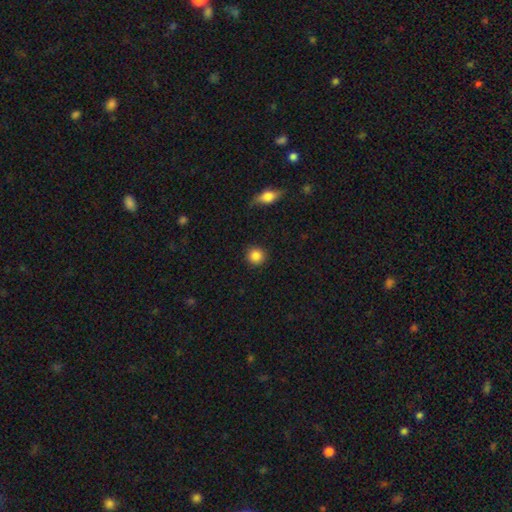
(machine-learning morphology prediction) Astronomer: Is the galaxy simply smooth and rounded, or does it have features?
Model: smooth — 86%.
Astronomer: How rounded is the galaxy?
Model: round — 94%.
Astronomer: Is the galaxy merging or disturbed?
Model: none — 91%.